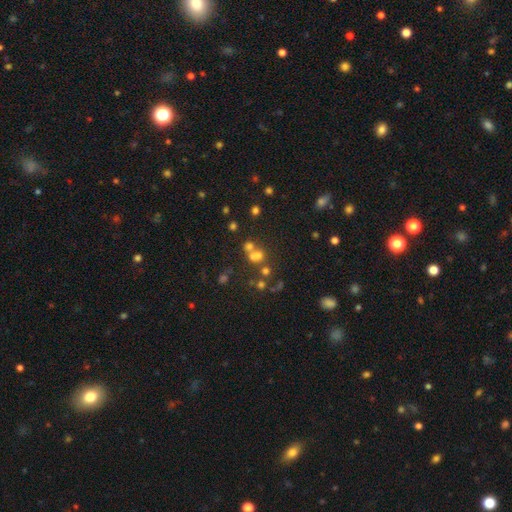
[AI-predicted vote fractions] Morphology: type=smooth (52%); roundness=round (76%); merging=merger (47%).